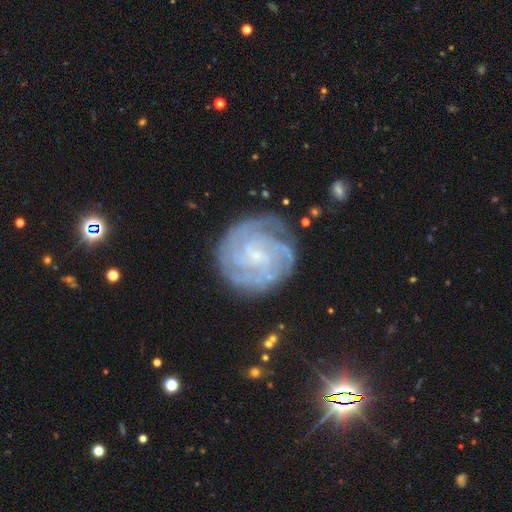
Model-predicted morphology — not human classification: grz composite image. It shows a featured or disk galaxy (85%) with no bar (51%), 4 (27%) tight (75%) spiral arms (97%) and a small central bulge (76%). Merging: none (79%).